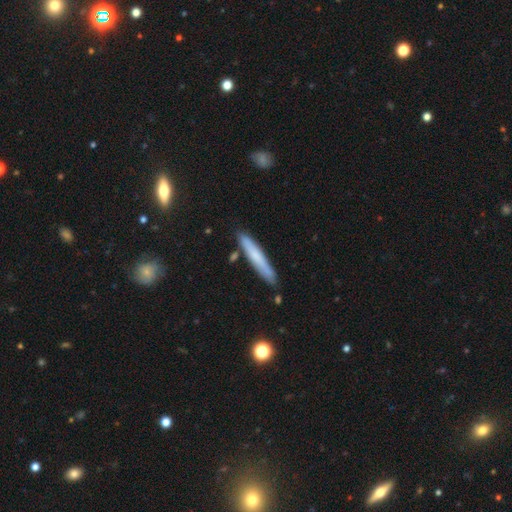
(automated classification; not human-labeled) Smooth or featured? Predicted: smooth (p=0.67). How rounded? Predicted: cigar-shaped (p=0.94). Merging? Predicted: none (p=0.85).